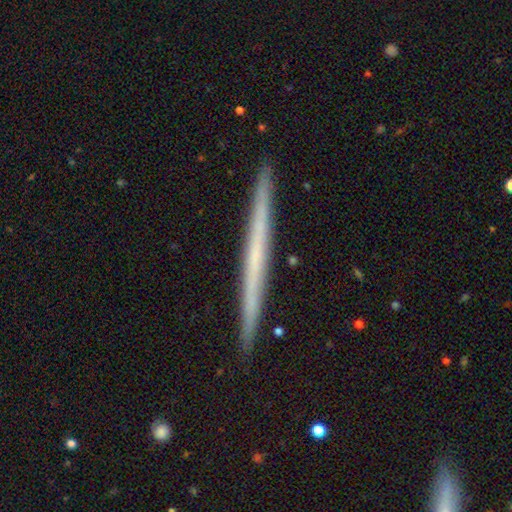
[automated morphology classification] Smooth or featured: featured or disk — 58% (smooth — 36%)
Edge-on disk: yes — 98% (no — 2%)
Edge-on bulge: none — 92% (rounded — 6%)
Merging: none — 93% (minor disturbance — 5%)